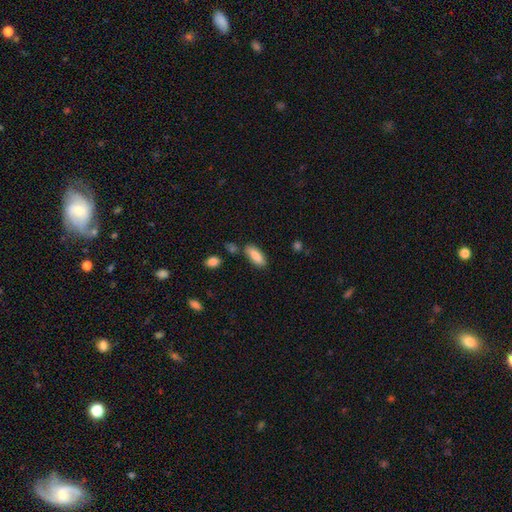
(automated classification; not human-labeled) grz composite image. It shows a smooth galaxy with no disk features (86%) that is in between round and cigar-shaped (69%). Merging: none (74%).